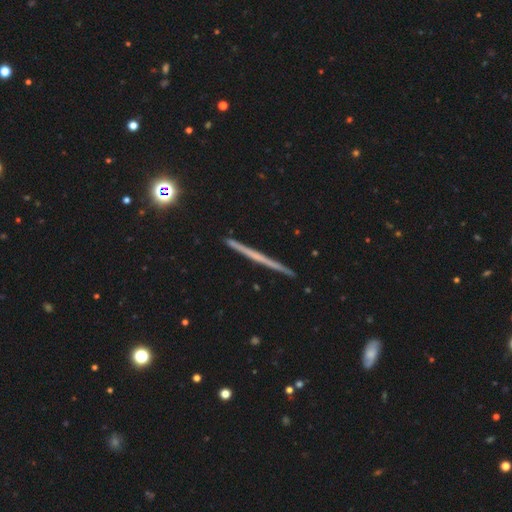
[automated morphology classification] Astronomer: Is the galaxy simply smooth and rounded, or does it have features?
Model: featured or disk — 65%.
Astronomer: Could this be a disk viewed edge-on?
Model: yes — 98%.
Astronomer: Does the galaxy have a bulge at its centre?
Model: none — 78%.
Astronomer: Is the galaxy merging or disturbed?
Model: none — 92%.